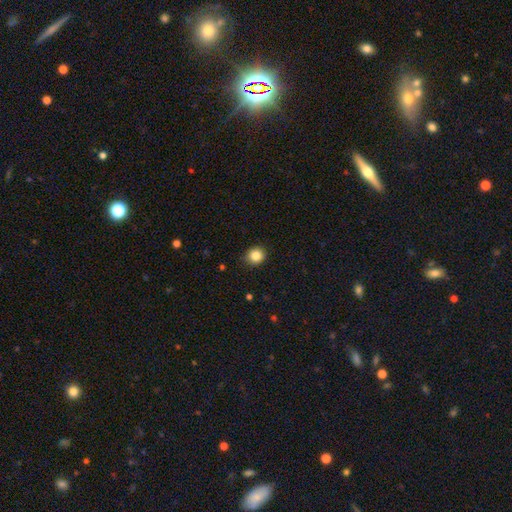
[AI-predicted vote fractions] The model was most divided on "how rounded": round: 84%, in between: 15%, cigar-shaped: 1%. More confident: smooth or featured — smooth (85%); merging — none (85%).